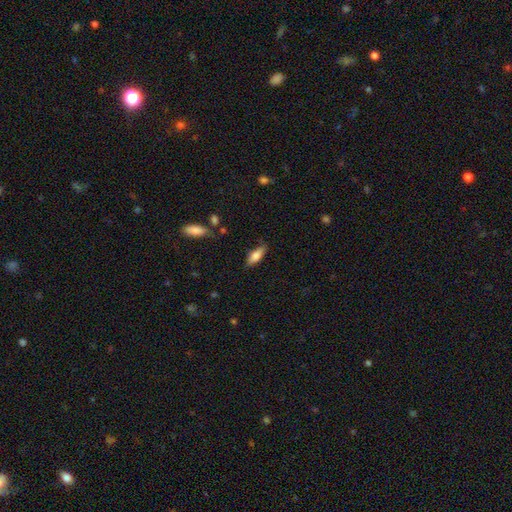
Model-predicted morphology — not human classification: smooth-or-featured: smooth: 74% | featured or disk: 20% | star or artifact: 7%
  how-rounded: in between: 67% | cigar-shaped: 31% | round: 2%
  merging: none: 78% | minor disturbance: 16% | major disturbance: 4% | merger: 2%